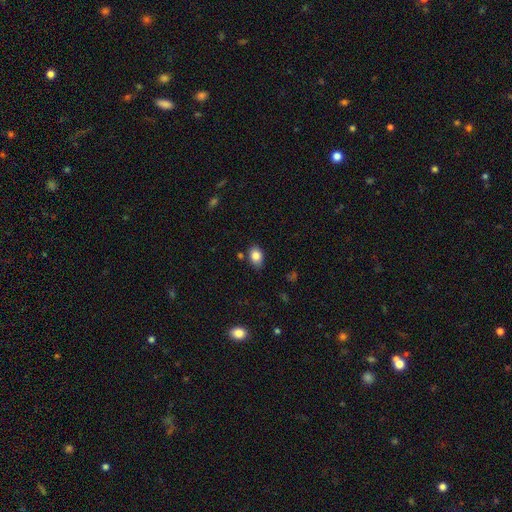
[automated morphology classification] This is clearly a smooth galaxy (84%). How rounded: likely in between (78%). Merging: likely none (77%).